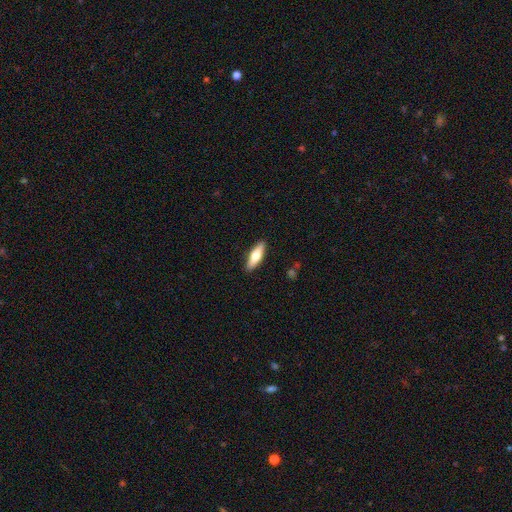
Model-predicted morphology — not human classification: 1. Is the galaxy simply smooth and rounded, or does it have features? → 65% smooth, 30% featured or disk, 6% star or artifact.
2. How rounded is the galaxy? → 50% in between, 48% cigar-shaped, 2% round.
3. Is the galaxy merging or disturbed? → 89% none, 8% minor disturbance, 2% major disturbance, 1% merger.